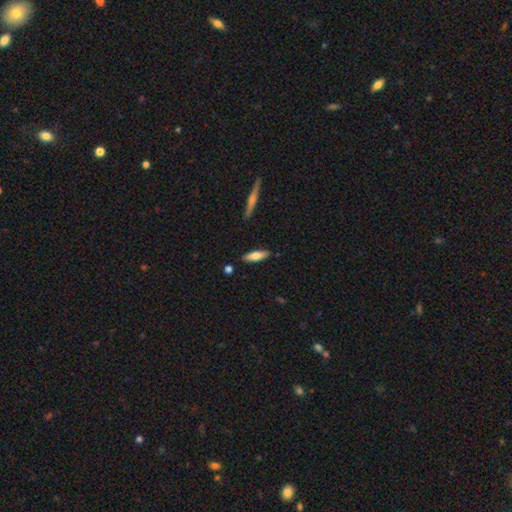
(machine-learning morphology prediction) smooth_or_featured: smooth (p=0.72) [alt: featured or disk p=0.22]
how_rounded: cigar-shaped (p=0.52) [alt: in between p=0.46]
merging: none (p=0.86) [alt: minor disturbance p=0.10]